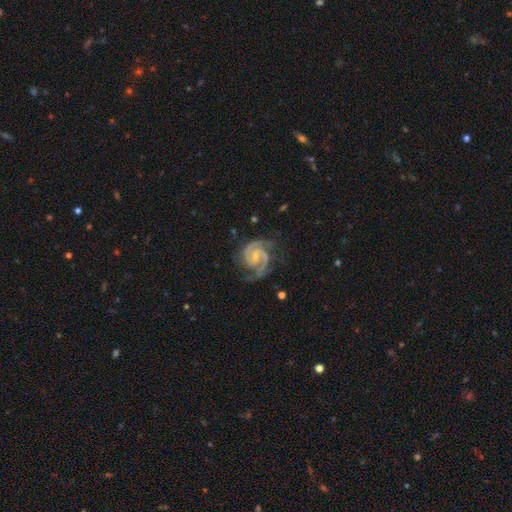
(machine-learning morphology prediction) Smooth or featured? featured or disk (93%)
Edge-on disk? no (98%)
Bar? no (45%)
Spiral arms? yes (99%)
Spiral winding? tight (48%)
Spiral arm count? 2 (82%)
Bulge size? small (69%)
Merging? none (71%)